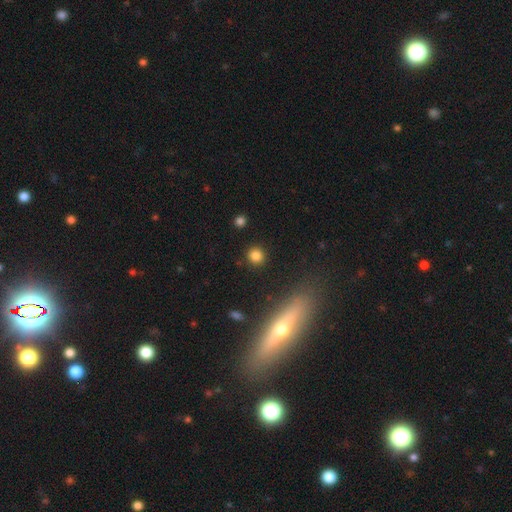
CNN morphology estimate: This appears to be a smooth galaxy with no disk features (84%) that is round (90%). Merging: none (90%).